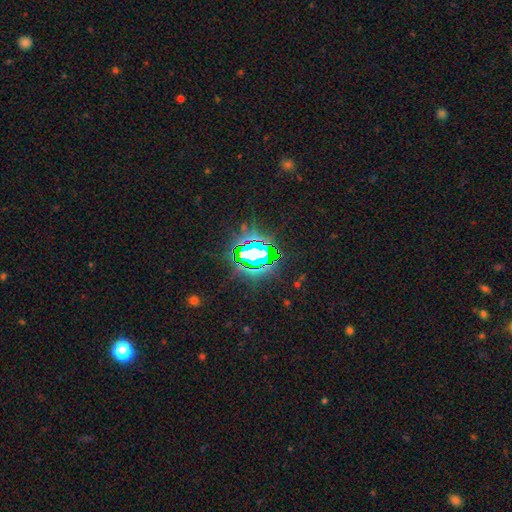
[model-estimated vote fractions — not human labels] Smooth or featured: star or artifact — 80% (smooth — 12%)